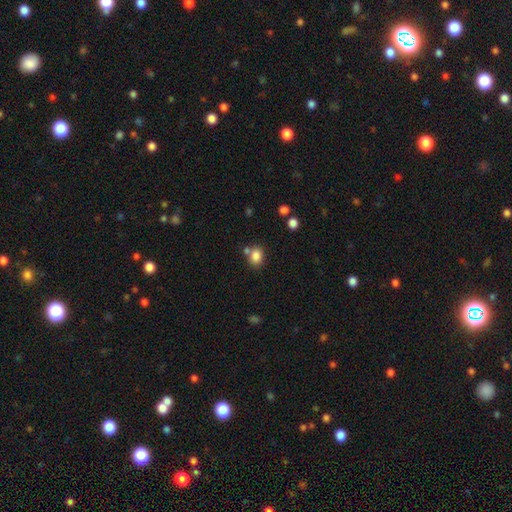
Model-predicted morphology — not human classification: Overall: smooth (84%). How rounded: in between (58%; round 41%). Merging: none (62%).